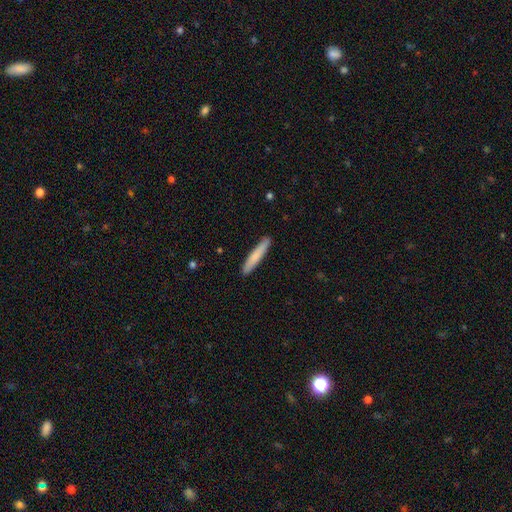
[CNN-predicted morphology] Smooth or featured: smooth — 77% (featured or disk — 18%)
How rounded: cigar-shaped — 94% (in between — 5%)
Merging: none — 90% (minor disturbance — 7%)